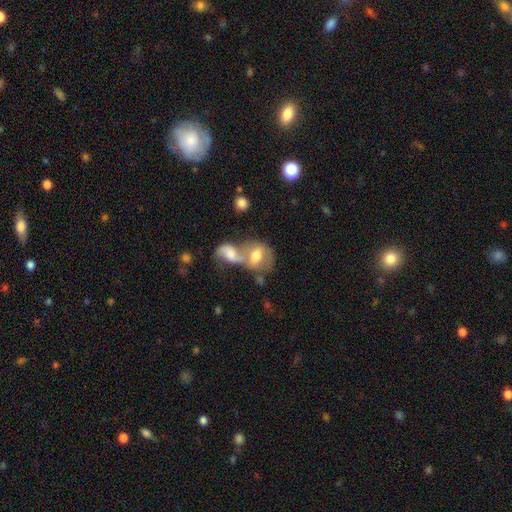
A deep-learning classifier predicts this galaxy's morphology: Q: Smooth or featured?
A: smooth (46%); runner-up: featured or disk (45%)
Q: Merging?
A: merger (72%); runner-up: none (14%)